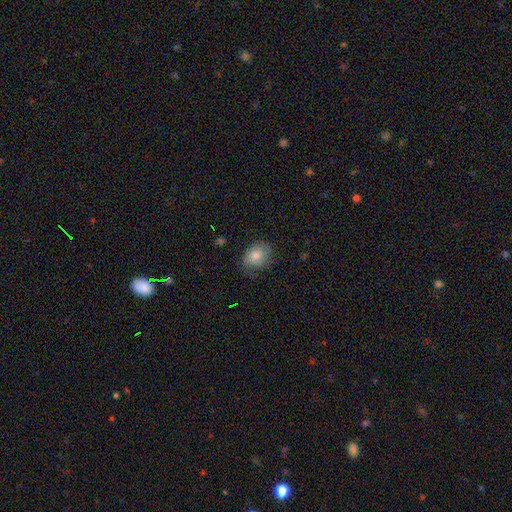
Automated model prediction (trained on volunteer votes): smooth 76%, featured or disk 16%, star or artifact 9%. Down the decision tree: how rounded — in between (55%); merging — none (68%).